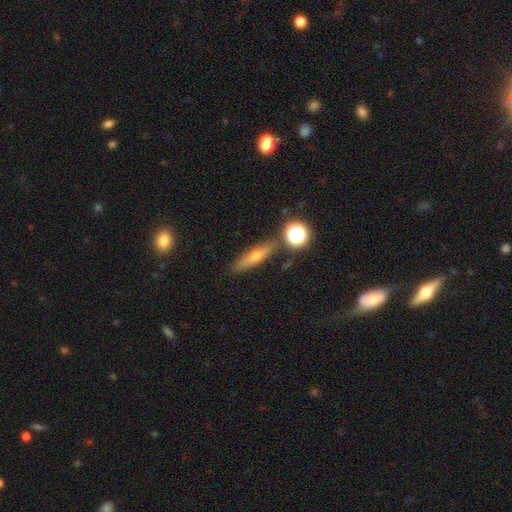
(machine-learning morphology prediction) Smooth or featured: smooth — 50% (featured or disk — 38%)
Merging: none — 84% (minor disturbance — 9%)